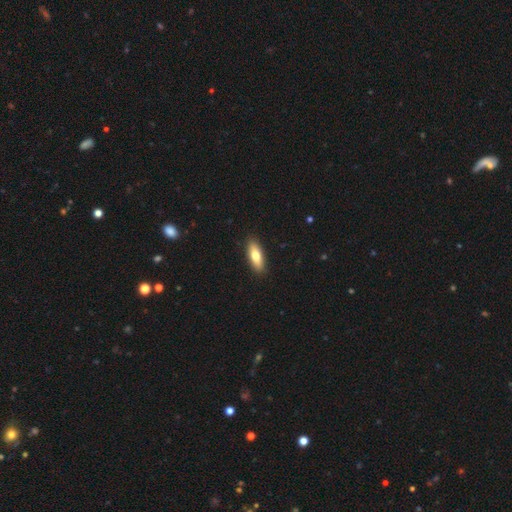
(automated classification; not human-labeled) This is likely a smooth galaxy (71%). How rounded: likely in between (63%). Merging: clearly none (90%).